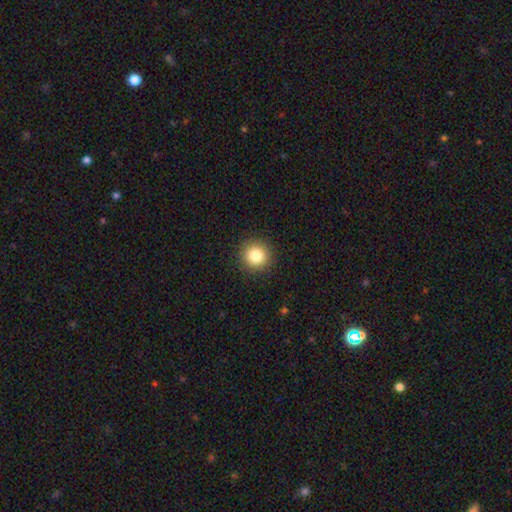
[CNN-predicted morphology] A smooth galaxy with no disk features (83%) that is round (94%).

Vote fractions:
- Smooth or featured? smooth: 83% / star or artifact: 11% / featured or disk: 6%
- How rounded? round: 94% / in between: 5% / cigar-shaped: 1%
- Merging? none: 91% / minor disturbance: 6% / major disturbance: 2% / merger: 1%